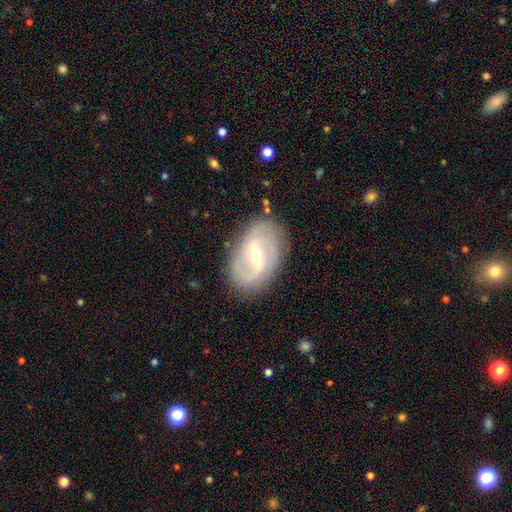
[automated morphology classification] A featured or disk galaxy (82%) with a weak bar (51%), 2 (75%) medium (41%) spiral arms (88%) and a moderate central bulge (59%). Merging: none (82%).